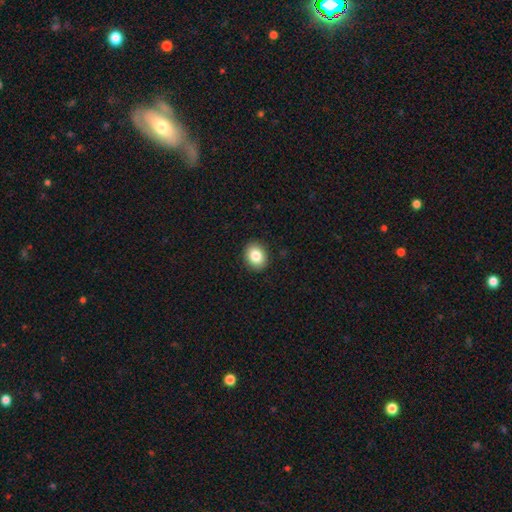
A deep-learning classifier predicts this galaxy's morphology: smooth 83%, star or artifact 9%, featured or disk 8%. Down the decision tree: how rounded — round (52%); merging — none (91%).